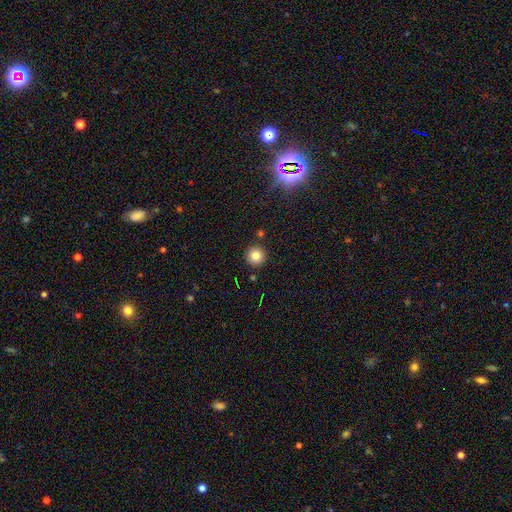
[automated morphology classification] Smooth or featured? Predicted: smooth (p=0.82). How rounded? Predicted: round (p=0.96). Merging? Predicted: none (p=0.89).